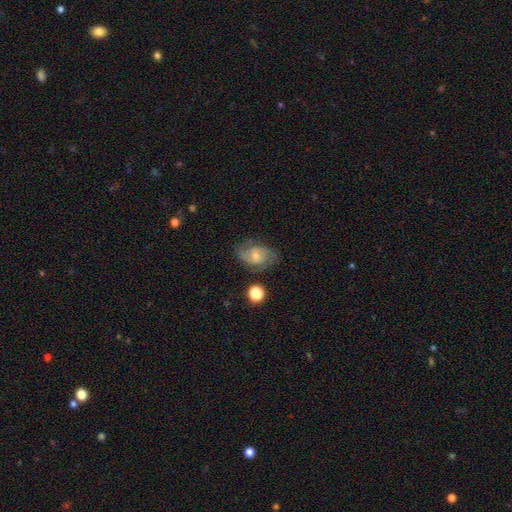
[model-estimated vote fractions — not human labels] featured or disk 57%, smooth 33%, star or artifact 9%. Down the decision tree: edge-on disk — no (96%); bar — no (53%); spiral arms — yes (83%); bulge size — small (48%); merging — none (63%).